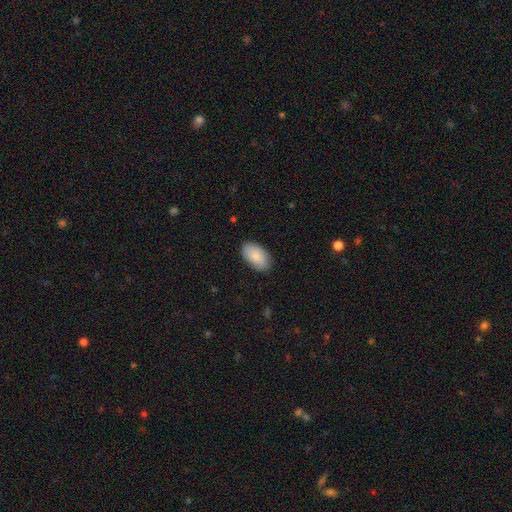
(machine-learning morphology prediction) Smooth or featured? smooth (86%)
How rounded? in between (95%)
Merging? none (86%)